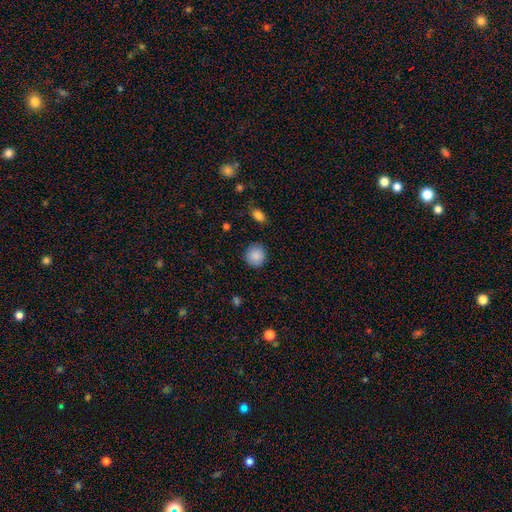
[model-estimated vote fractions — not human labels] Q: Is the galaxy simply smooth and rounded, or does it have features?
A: smooth — 88%.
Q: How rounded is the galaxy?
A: round — 91%.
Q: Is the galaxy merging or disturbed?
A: none — 89%.